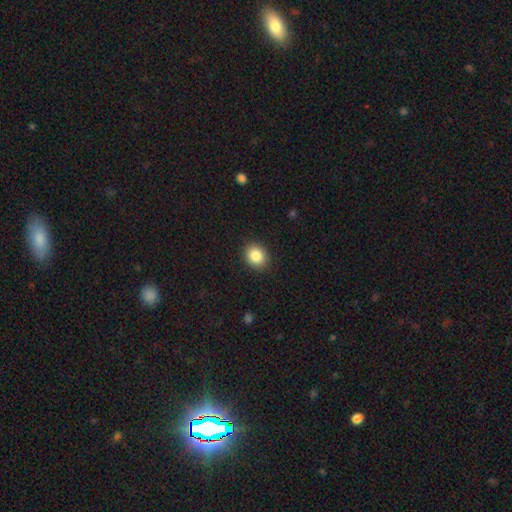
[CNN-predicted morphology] Smooth or featured? Predicted: smooth (p=0.86). How rounded? Predicted: round (p=0.67). Merging? Predicted: none (p=0.90).